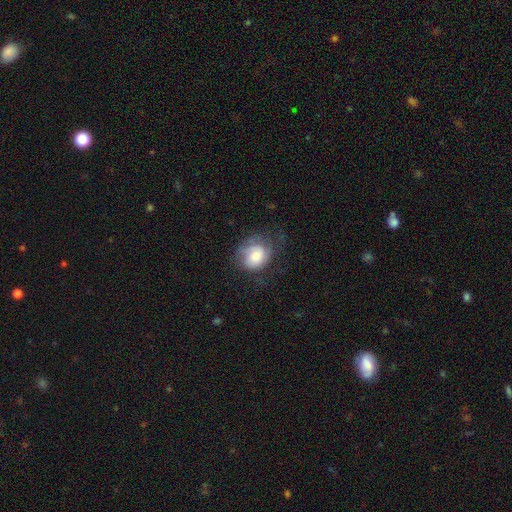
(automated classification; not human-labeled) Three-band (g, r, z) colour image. It shows a smooth galaxy with no disk features (60%) that is round (59%). Merging: none (48%).